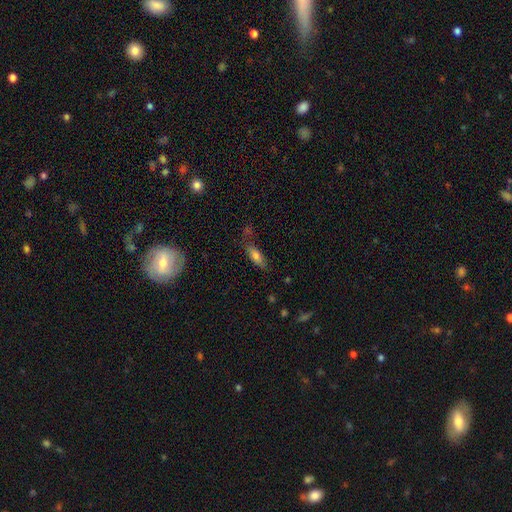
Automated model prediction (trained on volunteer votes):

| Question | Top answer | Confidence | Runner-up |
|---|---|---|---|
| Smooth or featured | smooth | 70% | featured or disk (21%) |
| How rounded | in between | 58% | cigar-shaped (40%) |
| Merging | none | 67% | minor disturbance (21%) |